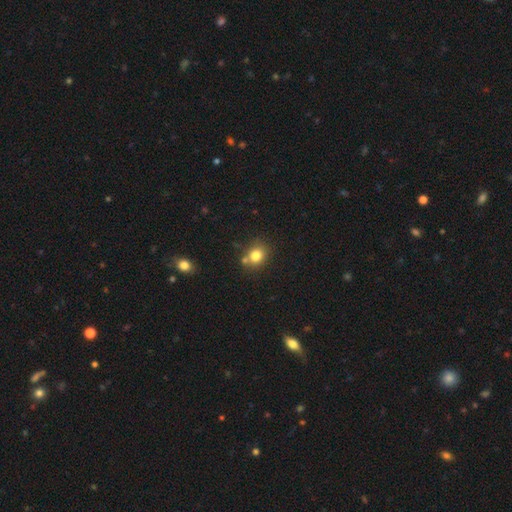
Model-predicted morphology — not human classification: A smooth galaxy with no disk features (80%) that is round (66%).

Vote fractions:
- Smooth or featured? smooth: 80% / star or artifact: 12% / featured or disk: 8%
- How rounded? round: 66% / in between: 33% / cigar-shaped: 1%
- Merging? none: 66% / merger: 17% / minor disturbance: 13% / major disturbance: 4%